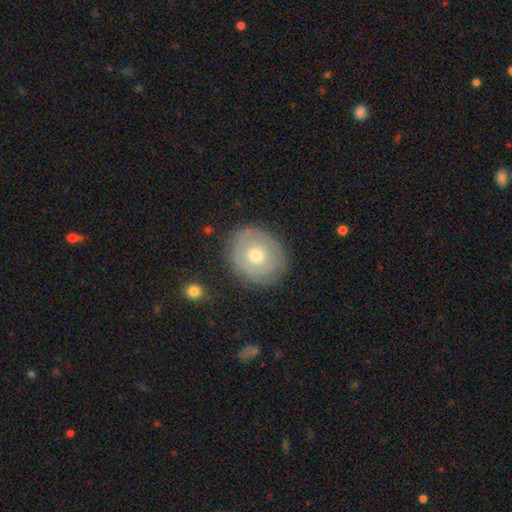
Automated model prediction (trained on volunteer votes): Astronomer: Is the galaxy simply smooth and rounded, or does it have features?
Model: smooth — 47% (runner-up: featured or disk, 46%).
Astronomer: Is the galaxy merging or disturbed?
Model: none — 82%.